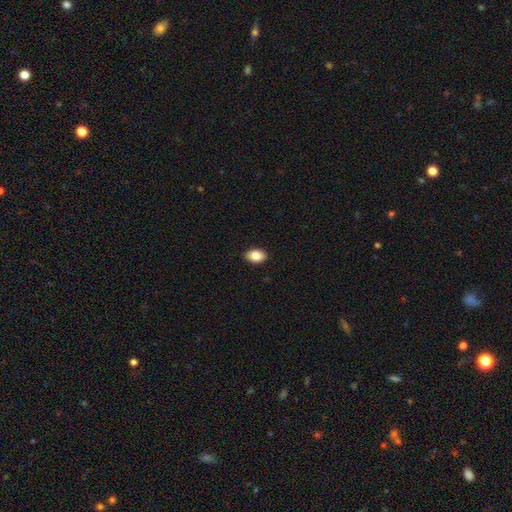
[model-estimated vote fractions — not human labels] smooth 86%, star or artifact 8%, featured or disk 6%. Down the decision tree: how rounded — in between (86%); merging — none (89%).